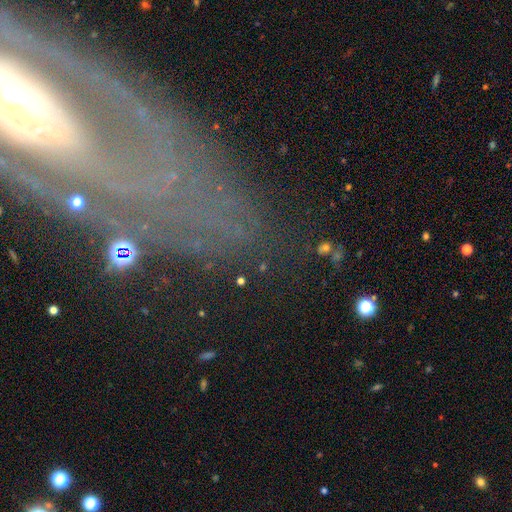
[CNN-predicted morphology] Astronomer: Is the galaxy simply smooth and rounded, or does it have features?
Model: featured or disk — 66%.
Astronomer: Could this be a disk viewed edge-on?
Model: no — 84%.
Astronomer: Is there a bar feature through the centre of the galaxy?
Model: no — 43% (runner-up: weak, 30%).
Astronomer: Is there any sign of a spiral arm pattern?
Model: yes — 72%.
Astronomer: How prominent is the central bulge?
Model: moderate — 42% (runner-up: small, 38%).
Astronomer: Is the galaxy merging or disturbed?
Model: none — 66%.